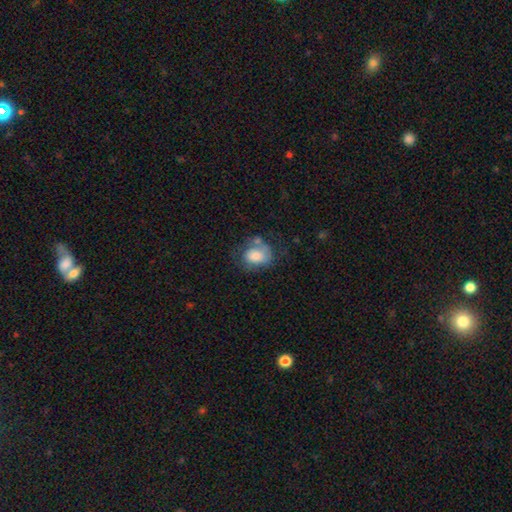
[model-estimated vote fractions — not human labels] Q: Smooth or featured?
A: smooth (68%); runner-up: featured or disk (24%)
Q: How rounded?
A: in between (64%); runner-up: round (35%)
Q: Merging?
A: none (41%); runner-up: minor disturbance (27%)